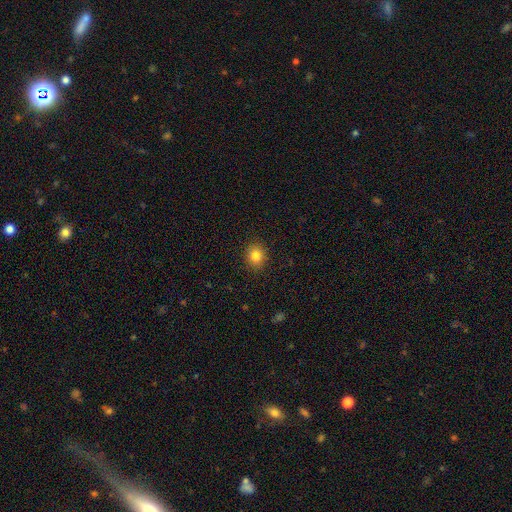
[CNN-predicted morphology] Smooth or featured? smooth (83%)
How rounded? round (71%)
Merging? none (90%)